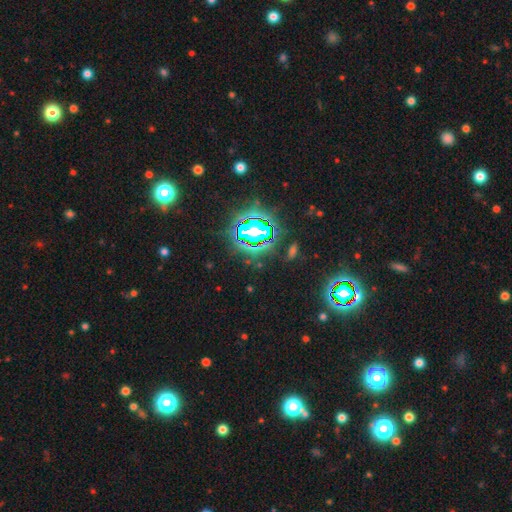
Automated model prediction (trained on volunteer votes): Morphology: type=star or artifact (78%).